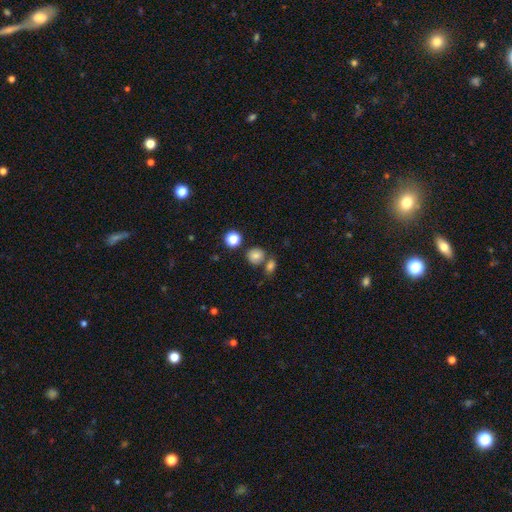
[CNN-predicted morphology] smooth 79%, star or artifact 13%, featured or disk 9%. Down the decision tree: how rounded — round (78%); merging — none (64%).